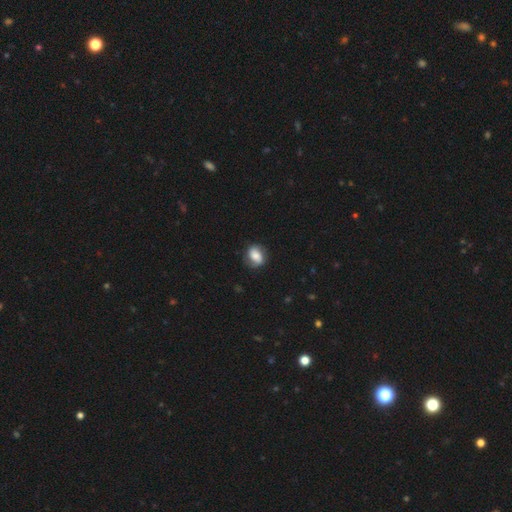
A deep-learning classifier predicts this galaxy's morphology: Overall: smooth (54%; featured or disk 37%). How rounded: in between (54%; round 45%). Merging: none (76%).